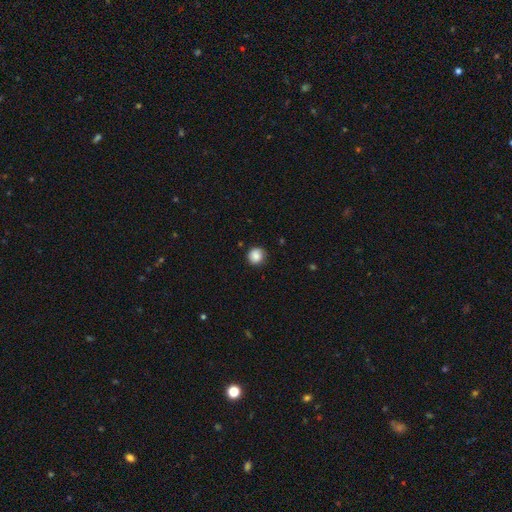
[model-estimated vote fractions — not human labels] Q: Smooth or featured?
A: smooth (86%); runner-up: star or artifact (9%)
Q: How rounded?
A: round (92%); runner-up: in between (7%)
Q: Merging?
A: none (84%); runner-up: minor disturbance (12%)